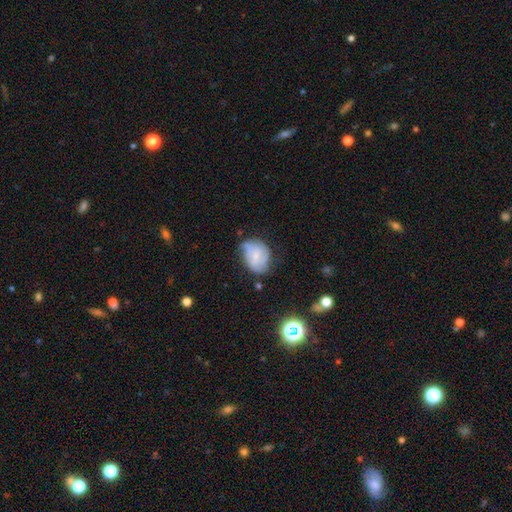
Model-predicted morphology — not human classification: A smooth galaxy with no disk features (48%). Merging: none (45%).